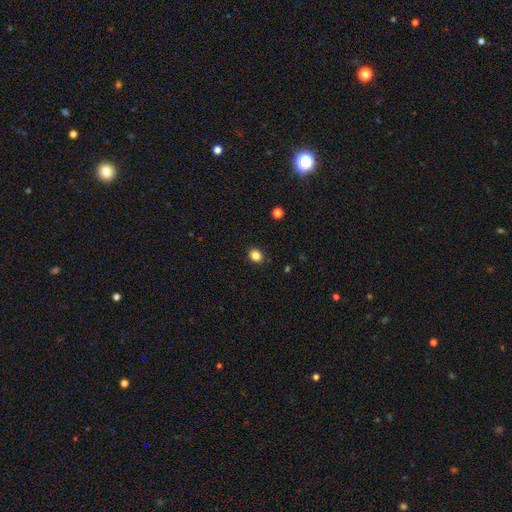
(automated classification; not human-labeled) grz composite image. It shows a smooth galaxy with no disk features (85%) that is round (69%). Merging: none (91%).